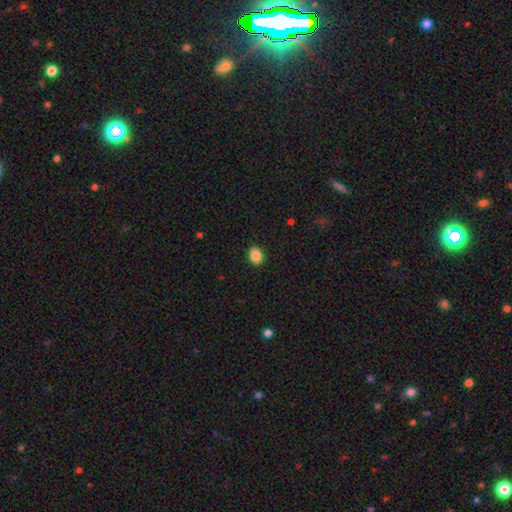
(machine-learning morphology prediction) type=smooth (88%); roundness=in between (60%); merging=none (90%).